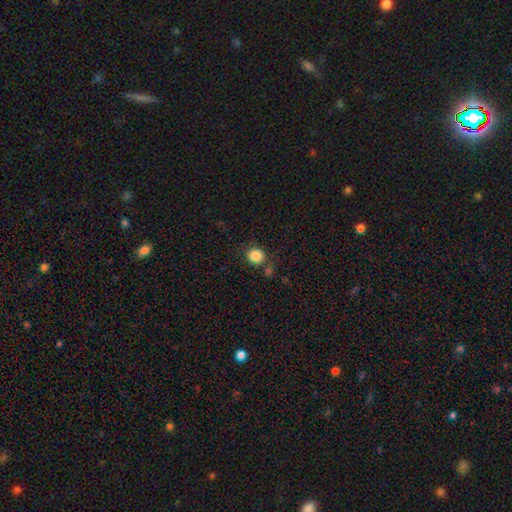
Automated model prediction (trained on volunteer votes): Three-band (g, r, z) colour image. It shows a smooth galaxy with no disk features (85%) that is round (88%). Merging: none (78%).